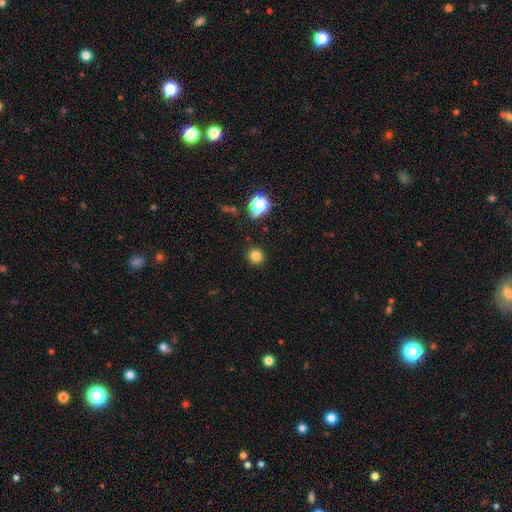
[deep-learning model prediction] smooth_or_featured: smooth (p=0.80) [alt: star or artifact p=0.15]
how_rounded: round (p=0.93) [alt: in between p=0.06]
merging: none (p=0.90) [alt: minor disturbance p=0.06]